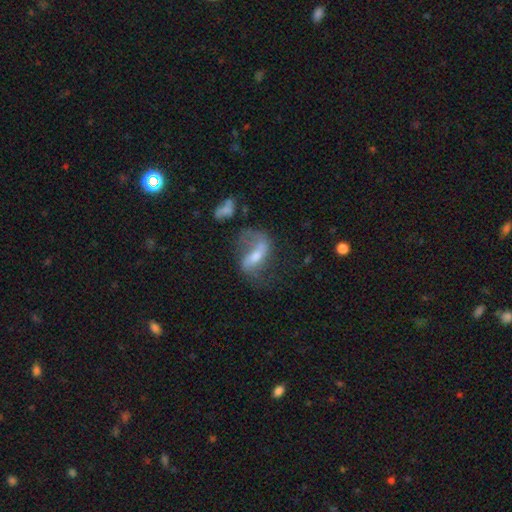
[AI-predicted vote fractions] A featured or disk galaxy (69%) with a strong bar (41%), 2 (79%) loose (70%) spiral arms (80%) and a moderate central bulge (47%).

Vote fractions:
- Smooth or featured? featured or disk: 69% / smooth: 23% / star or artifact: 9%
- Edge-on disk? no: 91% / yes: 9%
- Bar? strong: 41% / weak: 37% / no: 21%
- Spiral arms? yes: 80% / no: 20%
- Spiral winding? loose: 70% / medium: 24% / tight: 7%
- Spiral arm count? 2: 79% / 1: 11% / can't tell: 7% / 3: 1% / 4: 1% / more than 4: 1%
- Bulge size? moderate: 47% / small: 35% / none: 9% / large: 8% / dominant: 2%
- Merging? none: 44% / major disturbance: 29% / minor disturbance: 20% / merger: 7%